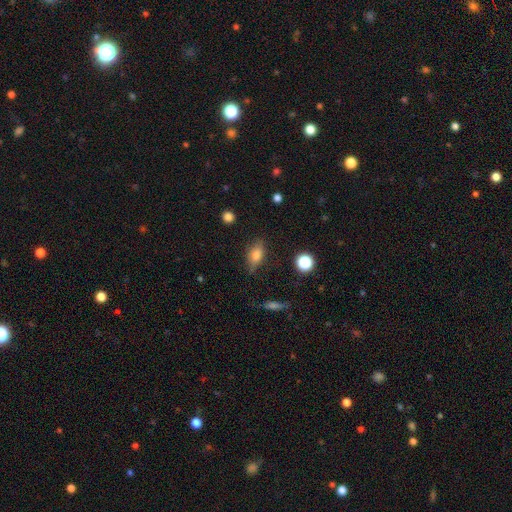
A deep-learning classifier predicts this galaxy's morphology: This is likely a smooth galaxy (72%). How rounded: likely in between (80%). Merging: likely none (76%).